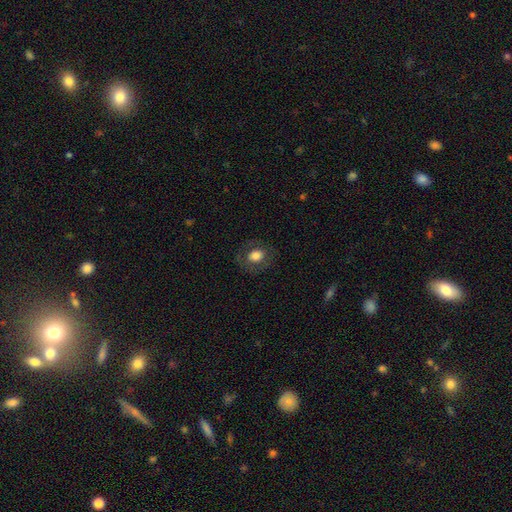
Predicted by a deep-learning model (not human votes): This appears to be a smooth galaxy with no disk features (71%) that is round (57%). Merging: none (80%).